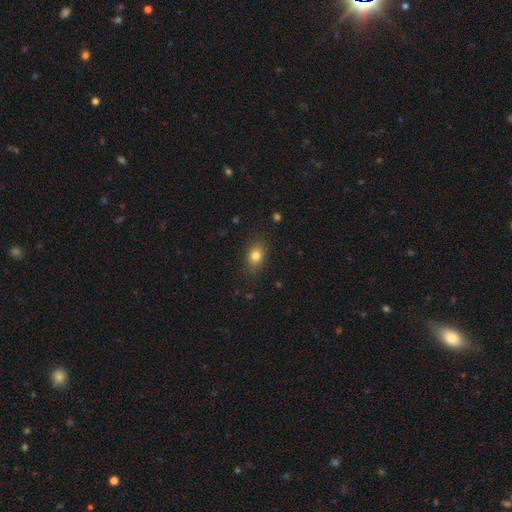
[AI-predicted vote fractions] smooth-or-featured: smooth: 81% | star or artifact: 10% | featured or disk: 8%
  how-rounded: in between: 68% | round: 30% | cigar-shaped: 2%
  merging: none: 83% | minor disturbance: 12% | major disturbance: 3% | merger: 1%